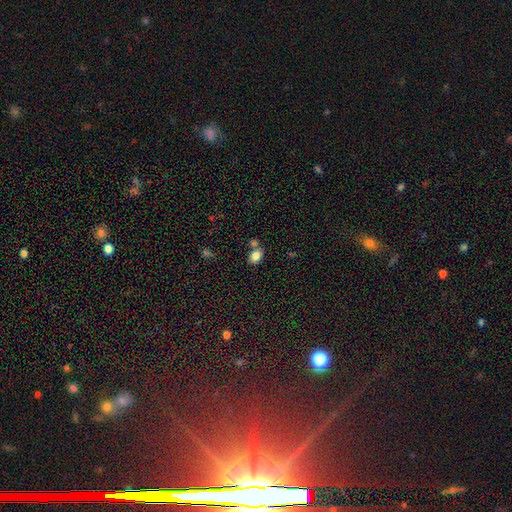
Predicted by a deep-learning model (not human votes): smooth-or-featured: smooth: 83% | star or artifact: 10% | featured or disk: 7%
  how-rounded: in between: 78% | round: 20% | cigar-shaped: 1%
  merging: none: 57% | merger: 27% | minor disturbance: 12% | major disturbance: 4%